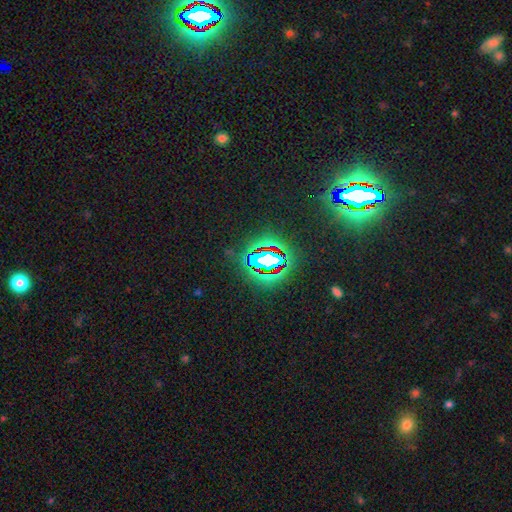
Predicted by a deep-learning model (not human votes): Smooth or featured?
  - star or artifact: 79% *
  - smooth: 12%
  - featured or disk: 9%